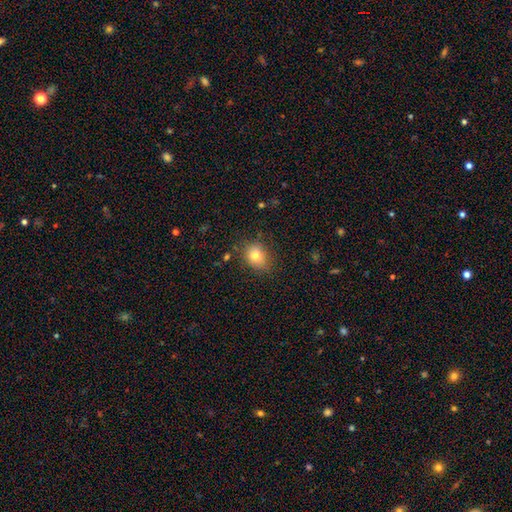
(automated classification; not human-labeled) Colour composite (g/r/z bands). It shows a smooth galaxy with no disk features (79%) that is round (52%). Merging: none (79%).